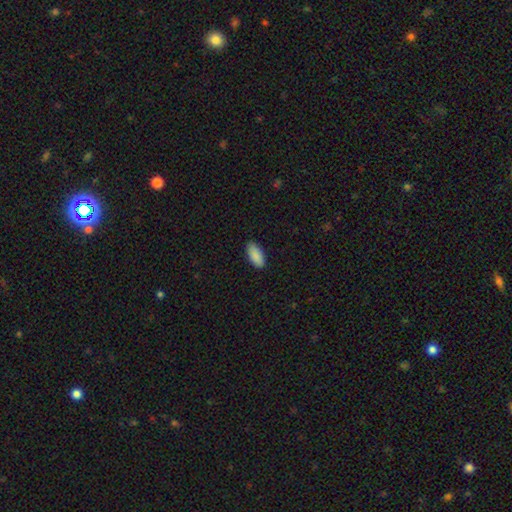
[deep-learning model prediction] smooth 89%, star or artifact 6%, featured or disk 5%. Down the decision tree: how rounded — in between (91%); merging — none (85%).